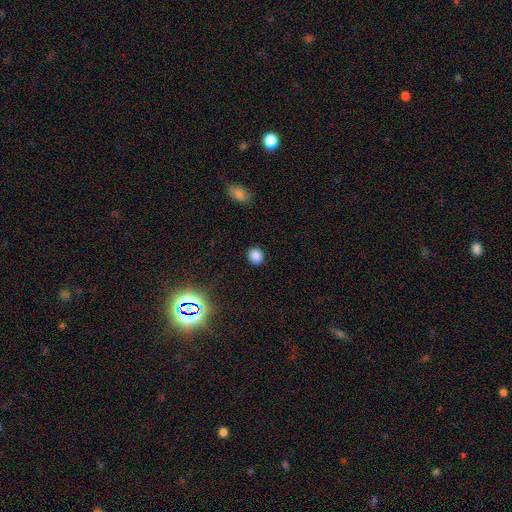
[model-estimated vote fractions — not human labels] This is clearly a smooth galaxy (84%). How rounded: likely round (73%). Merging: clearly none (89%).